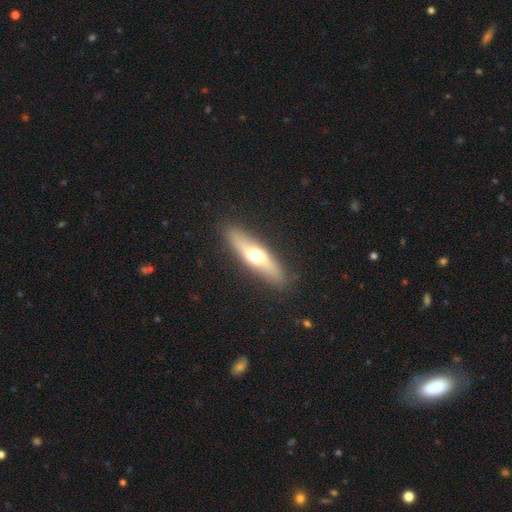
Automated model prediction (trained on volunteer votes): smooth-or-featured: smooth: 47% | featured or disk: 46% | star or artifact: 6%
  merging: none: 88% | minor disturbance: 9% | major disturbance: 2% | merger: 1%